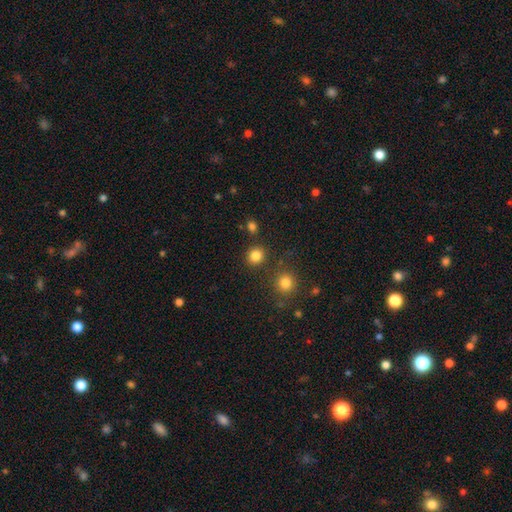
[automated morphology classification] smooth-or-featured: smooth: 83% | star or artifact: 13% | featured or disk: 4%
  how-rounded: round: 85% | in between: 14% | cigar-shaped: 1%
  merging: none: 84% | minor disturbance: 7% | merger: 6% | major disturbance: 3%